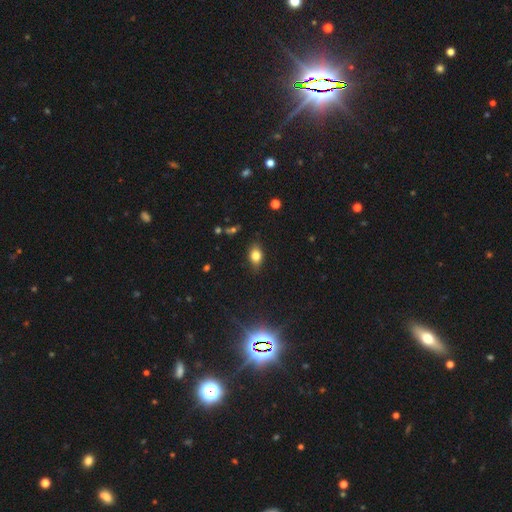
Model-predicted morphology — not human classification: type=smooth (77%); roundness=in between (77%); merging=none (80%).